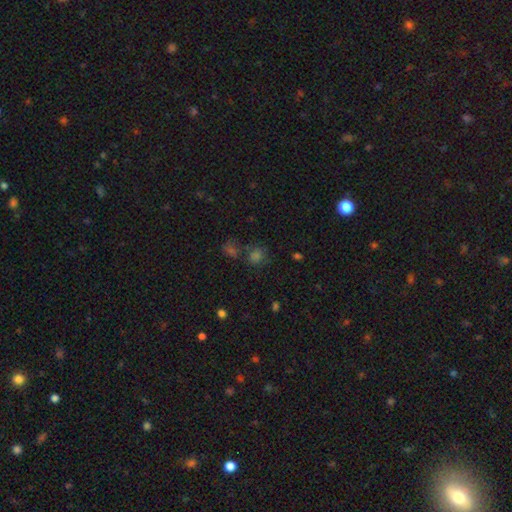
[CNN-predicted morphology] Smooth or featured: smooth — 54% (star or artifact — 36%)
How rounded: round — 75% (in between — 24%)
Merging: none — 59% (merger — 23%)